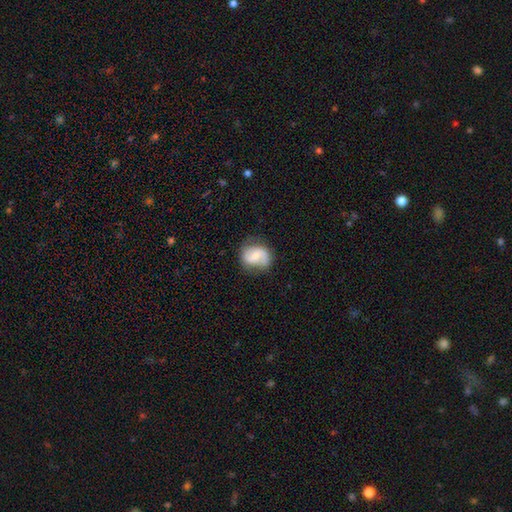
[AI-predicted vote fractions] Smooth or featured: featured or disk — 57% (smooth — 36%)
Edge-on disk: no — 97% (yes — 3%)
Bar: weak — 47% (no — 35%)
Spiral arms: yes — 86% (no — 14%)
Bulge size: small — 45% (moderate — 44%)
Merging: none — 68% (minor disturbance — 23%)